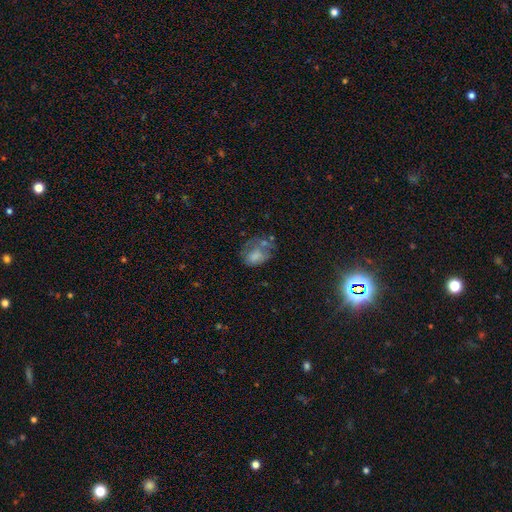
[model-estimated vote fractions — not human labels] Smooth or featured? Predicted: smooth (p=0.57). How rounded? Predicted: in between (p=0.69). Merging? Predicted: none (p=0.32).